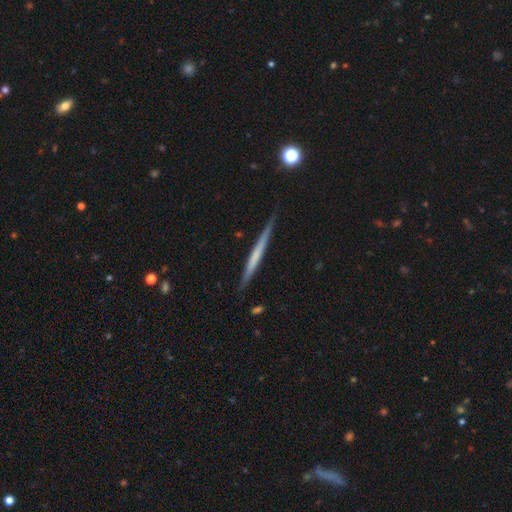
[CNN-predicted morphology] Smooth or featured: featured or disk — 52% (smooth — 43%)
Edge-on disk: yes — 97% (no — 3%)
Edge-on bulge: none — 85% (rounded — 9%)
Merging: none — 89% (minor disturbance — 9%)